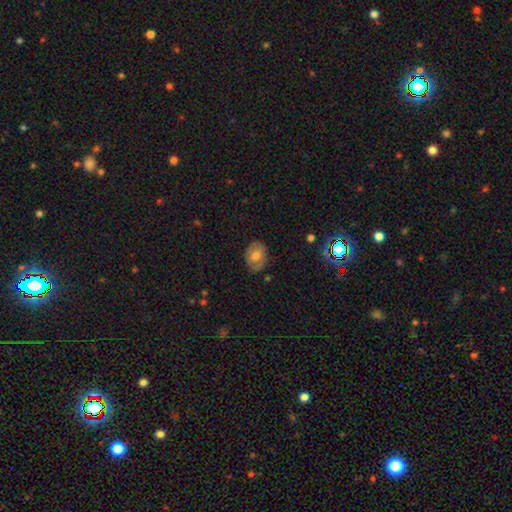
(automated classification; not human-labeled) Morphology: type=smooth (62%); roundness=in between (61%); merging=none (78%).